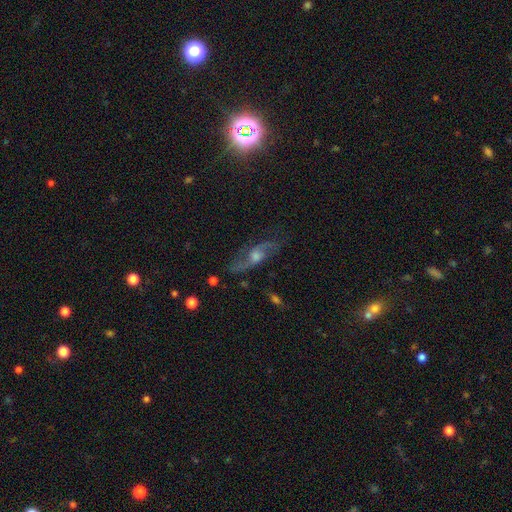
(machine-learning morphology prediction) Smooth or featured?
  - featured or disk: 71% *
  - star or artifact: 16%
  - smooth: 13%
Edge-on disk?
  - no: 81% *
  - yes: 19%
Bar?
  - no: 57% *
  - weak: 33%
  - strong: 10%
Spiral arms?
  - yes: 90% *
  - no: 10%
Spiral winding?
  - loose: 52% *
  - medium: 36%
  - tight: 12%
Spiral arm count?
  - 2: 86% *
  - can't tell: 7%
  - 1: 2%
  - 3: 2%
  - 4: 1%
  - more than 4: 1%
Bulge size?
  - moderate: 59% *
  - small: 25%
  - large: 10%
  - none: 4%
  - dominant: 2%
Merging?
  - none: 76% *
  - minor disturbance: 14%
  - major disturbance: 7%
  - merger: 2%